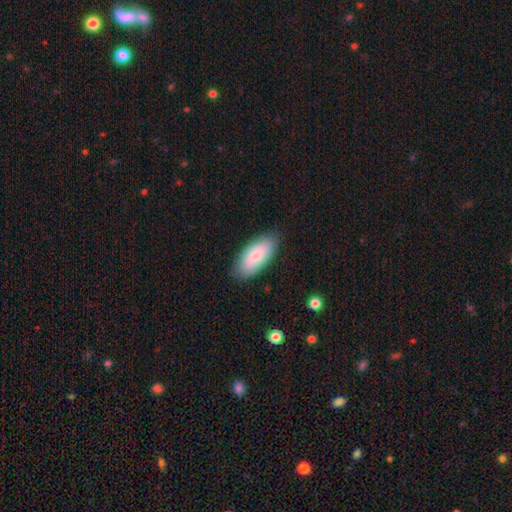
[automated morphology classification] Smooth or featured? Predicted: smooth (p=0.80). How rounded? Predicted: in between (p=0.90). Merging? Predicted: none (p=0.84).